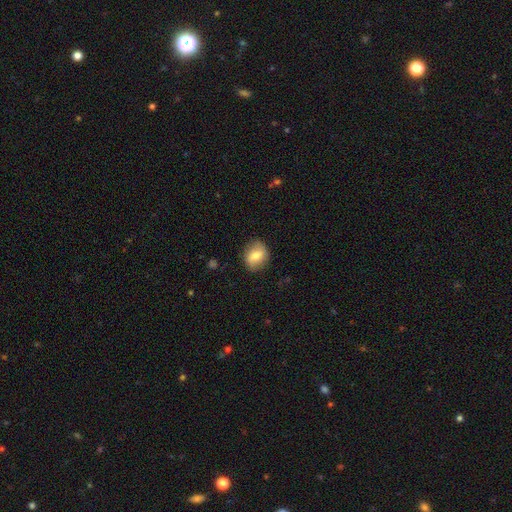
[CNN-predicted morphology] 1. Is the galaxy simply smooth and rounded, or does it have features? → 72% smooth, 21% featured or disk, 8% star or artifact.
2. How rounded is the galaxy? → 53% round, 46% in between, 1% cigar-shaped.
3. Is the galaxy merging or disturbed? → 83% none, 13% minor disturbance, 3% major disturbance, 1% merger.